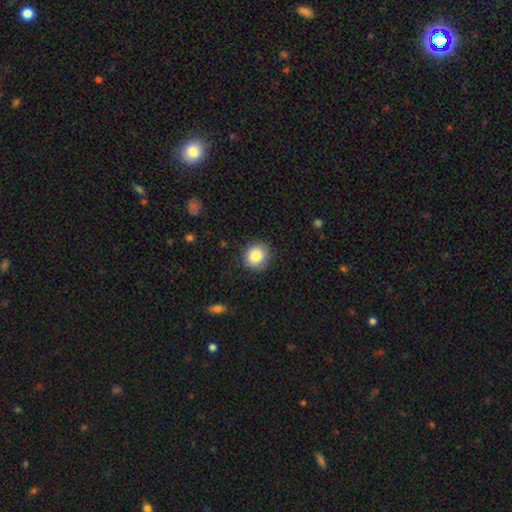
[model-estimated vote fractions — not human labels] A smooth galaxy with no disk features (84%) that is round (87%). Merging: none (87%).